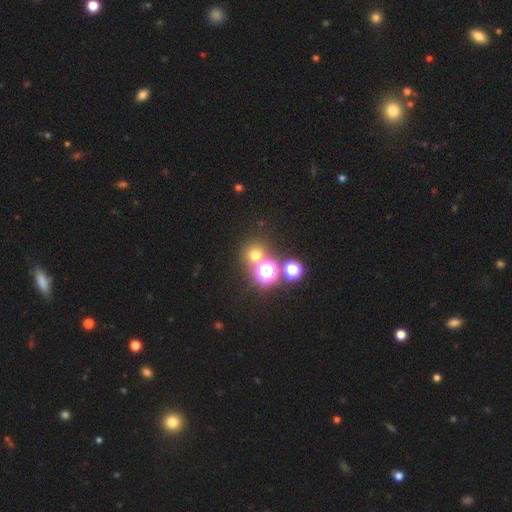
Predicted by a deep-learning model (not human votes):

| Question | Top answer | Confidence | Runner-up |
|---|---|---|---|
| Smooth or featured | smooth | 56% | star or artifact (36%) |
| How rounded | round | 88% | in between (11%) |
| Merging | none | 71% | merger (18%) |